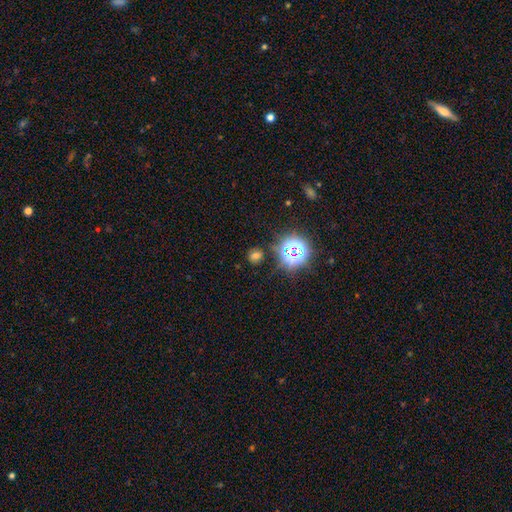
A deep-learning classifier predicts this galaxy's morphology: Overall: smooth (57%; star or artifact 36%). How rounded: round (69%; in between 30%). Merging: none (80%).